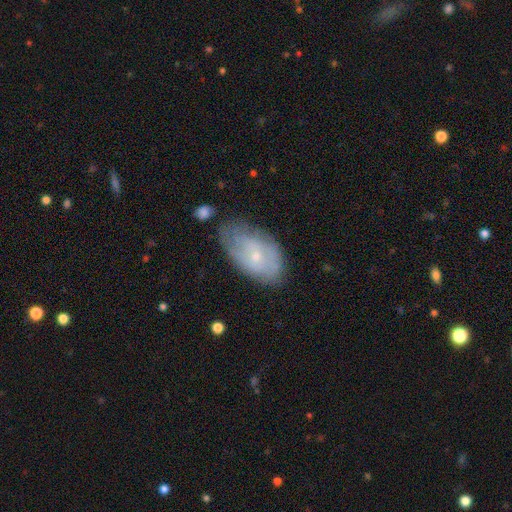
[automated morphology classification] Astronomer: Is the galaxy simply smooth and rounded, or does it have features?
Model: featured or disk — 52% (runner-up: smooth, 40%).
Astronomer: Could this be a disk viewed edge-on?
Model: no — 94%.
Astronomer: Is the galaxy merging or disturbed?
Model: none — 58%.